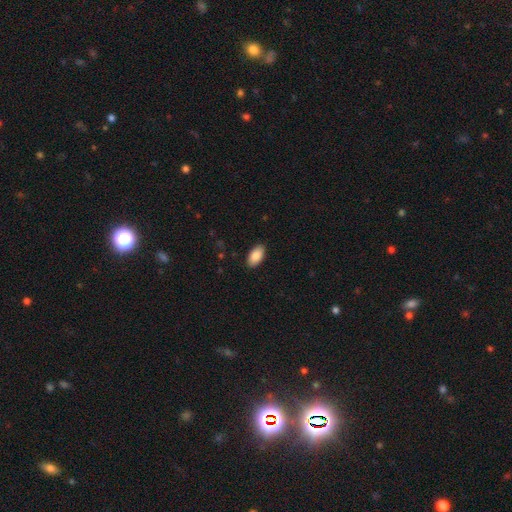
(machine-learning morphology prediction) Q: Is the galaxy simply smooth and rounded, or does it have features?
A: smooth — 87%.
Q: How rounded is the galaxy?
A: in between — 95%.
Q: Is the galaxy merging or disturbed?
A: none — 89%.